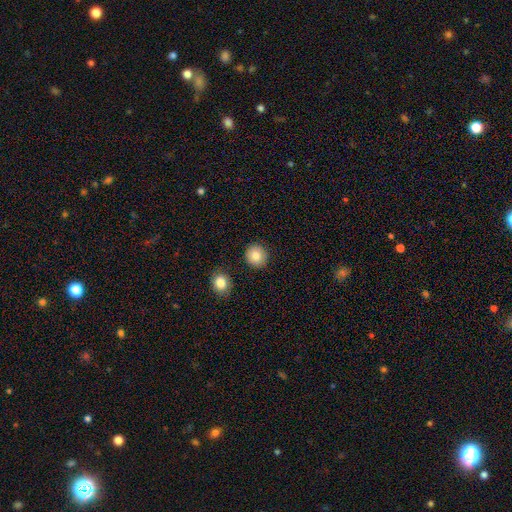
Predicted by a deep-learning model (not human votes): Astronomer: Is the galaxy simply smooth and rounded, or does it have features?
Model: smooth — 84%.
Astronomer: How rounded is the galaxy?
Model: round — 90%.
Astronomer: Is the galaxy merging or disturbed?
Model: none — 90%.